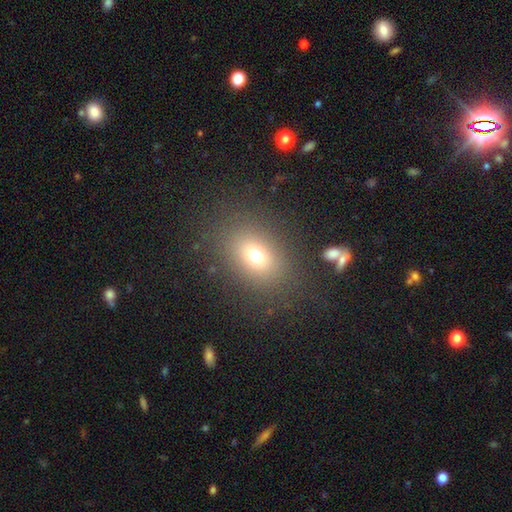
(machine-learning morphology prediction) smooth_or_featured: smooth (p=0.71) [alt: star or artifact p=0.17]
how_rounded: in between (p=0.62) [alt: round p=0.36]
merging: none (p=0.82) [alt: minor disturbance p=0.09]